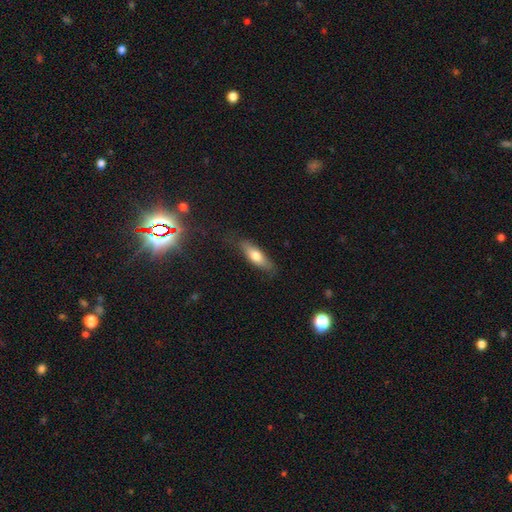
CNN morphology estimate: Smooth or featured? smooth (68%)
How rounded? in between (52%)
Merging? none (77%)